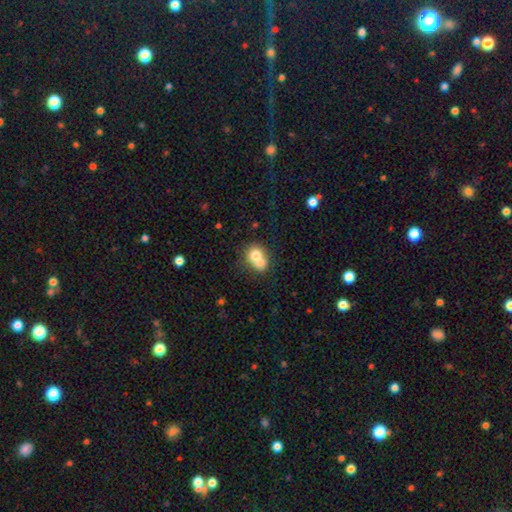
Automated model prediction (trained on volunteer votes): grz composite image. It shows a smooth galaxy with no disk features (70%) that is round (62%). Merging: merger (63%).